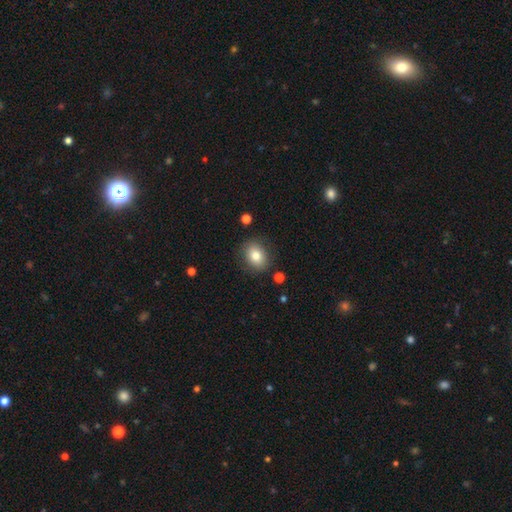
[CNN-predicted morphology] Overall: smooth (81%). How rounded: in between (50%; round 49%). Merging: none (85%).